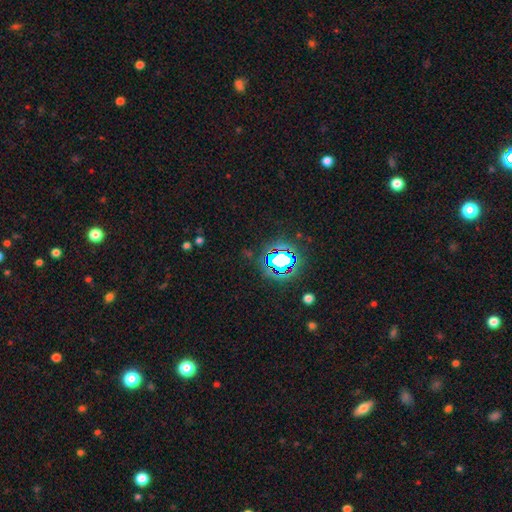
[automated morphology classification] Overall: star or artifact (81%).